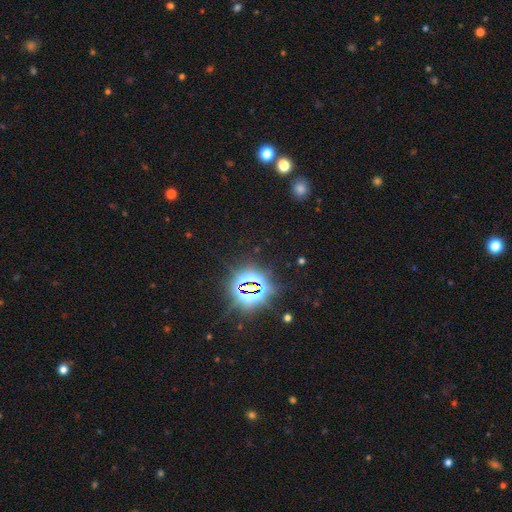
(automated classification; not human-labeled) smooth_or_featured: star or artifact (p=0.81) [alt: smooth p=0.12]